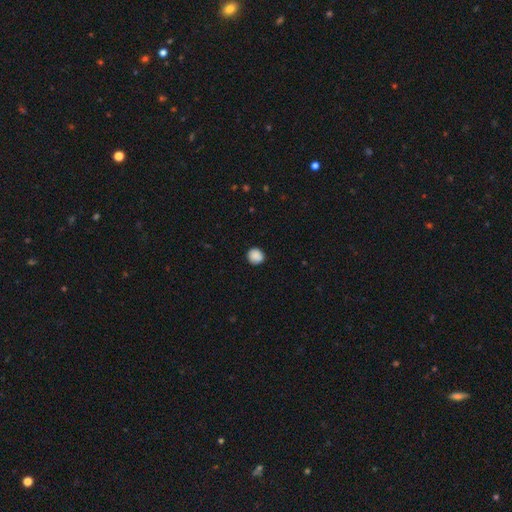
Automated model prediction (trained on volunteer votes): Smooth or featured? Predicted: smooth (p=0.88). How rounded? Predicted: round (p=0.90). Merging? Predicted: none (p=0.89).